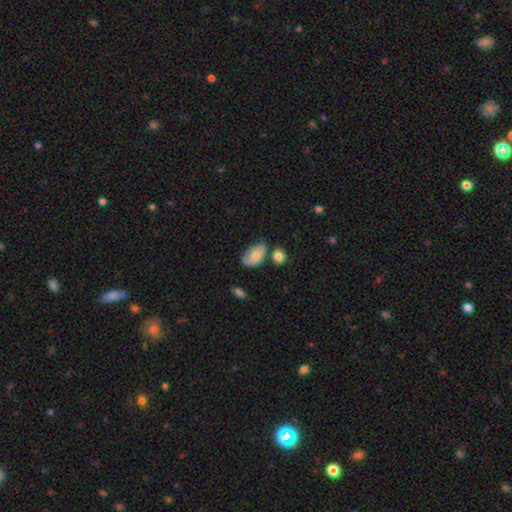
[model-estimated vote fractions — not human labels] Smooth or featured? smooth (70%)
How rounded? in between (90%)
Merging? none (44%)